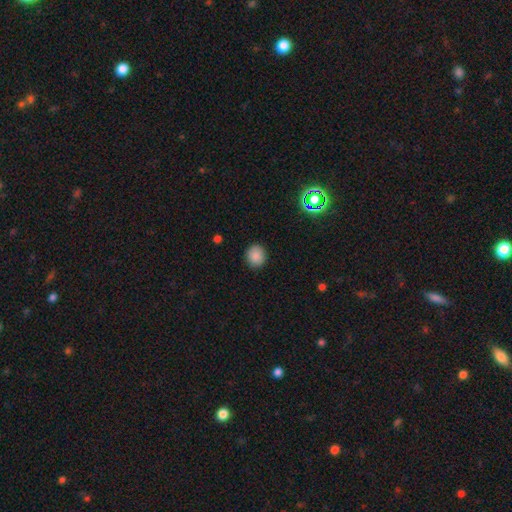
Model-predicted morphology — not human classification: Smooth or featured: smooth — 86% (star or artifact — 10%)
How rounded: round — 85% (in between — 15%)
Merging: none — 90% (minor disturbance — 7%)